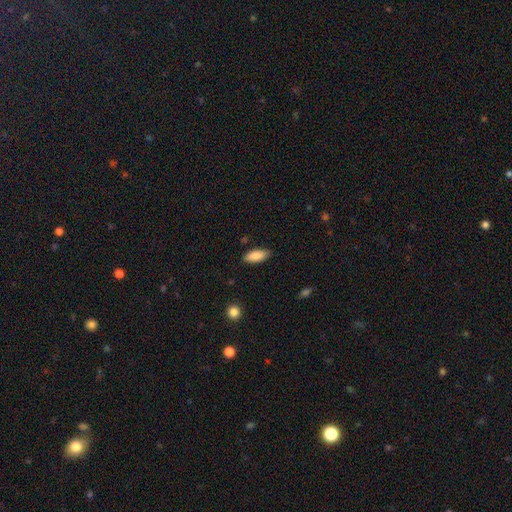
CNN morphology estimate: smooth 89%, star or artifact 6%, featured or disk 5%. Down the decision tree: how rounded — in between (83%); merging — none (84%).